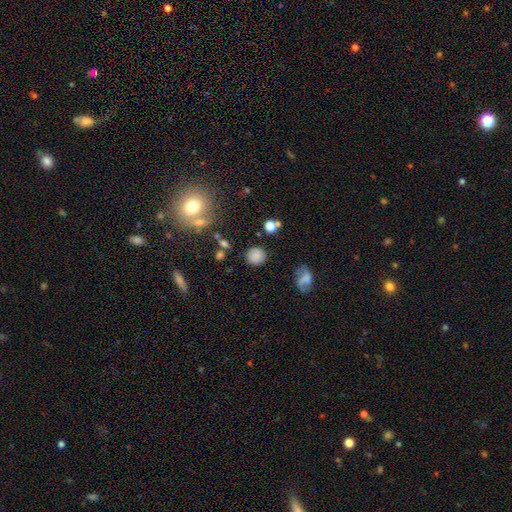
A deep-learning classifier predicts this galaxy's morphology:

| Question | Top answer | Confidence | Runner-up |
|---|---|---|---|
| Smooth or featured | smooth | 78% | star or artifact (14%) |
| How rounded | round | 87% | in between (12%) |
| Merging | none | 81% | minor disturbance (11%) |